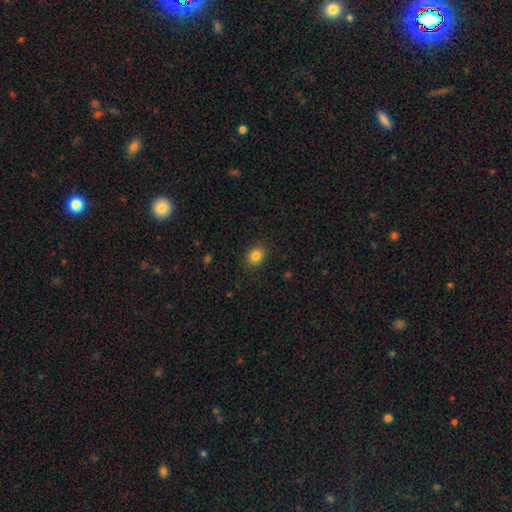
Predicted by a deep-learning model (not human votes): Overall: smooth (84%). How rounded: round (58%; in between 41%). Merging: none (88%).